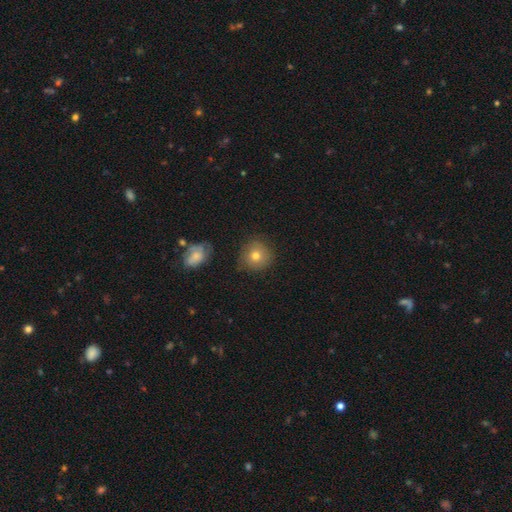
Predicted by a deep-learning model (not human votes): Morphology: type=smooth (75%); roundness=round (90%); merging=none (79%).